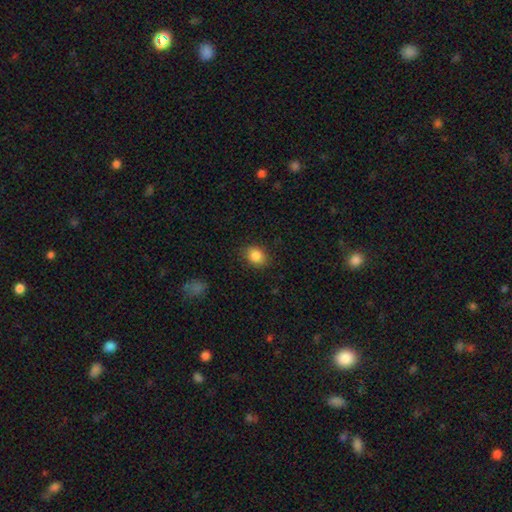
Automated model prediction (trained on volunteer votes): This is clearly a smooth galaxy (86%). How rounded: possibly in between (53%). Merging: clearly none (85%).